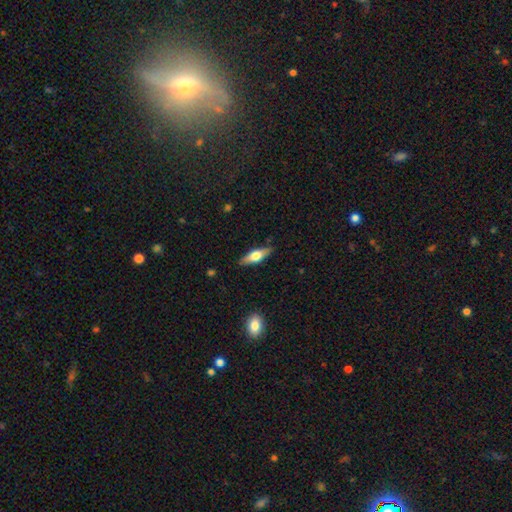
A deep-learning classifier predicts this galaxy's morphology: A smooth galaxy with no disk features (49%).

Vote fractions:
- Smooth or featured? smooth: 49% / featured or disk: 45% / star or artifact: 6%
- Merging? none: 87% / minor disturbance: 10% / major disturbance: 2% / merger: 1%